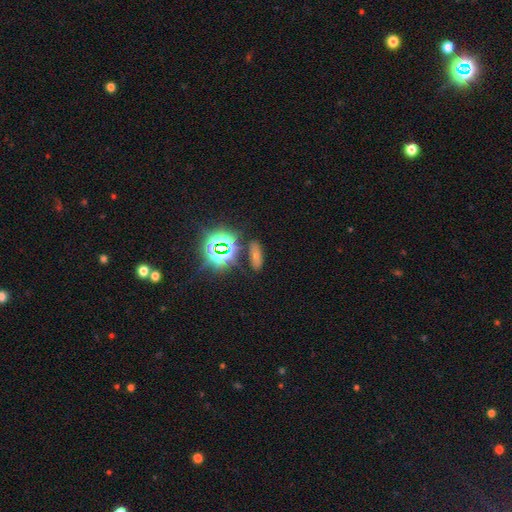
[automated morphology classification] smooth 48%, star or artifact 38%, featured or disk 14%. Down the decision tree: merging — none (79%).